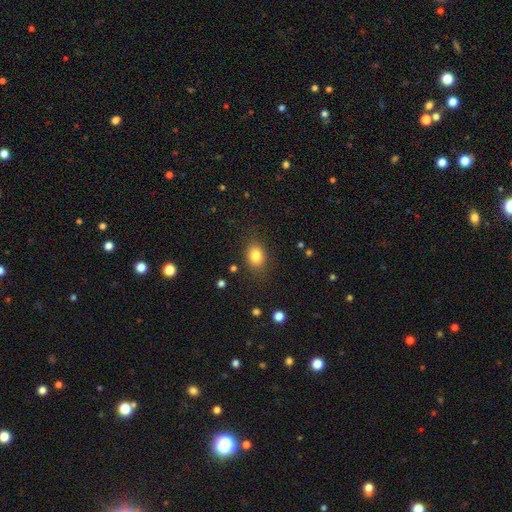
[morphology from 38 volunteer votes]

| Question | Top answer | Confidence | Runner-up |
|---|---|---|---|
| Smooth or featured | smooth | 87% | star or artifact (8%) |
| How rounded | round | 64% | in between (36%) |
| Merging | none | 83% | minor disturbance (11%) |